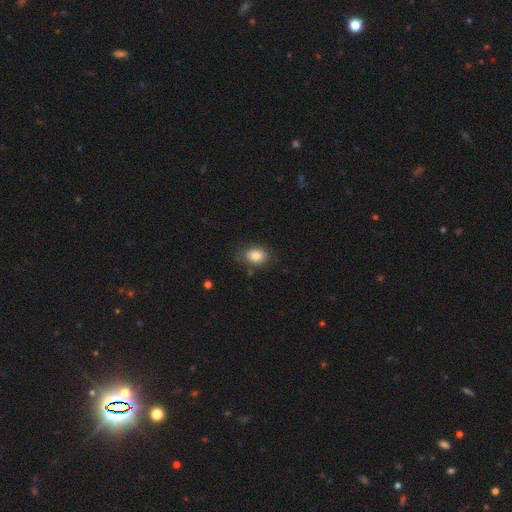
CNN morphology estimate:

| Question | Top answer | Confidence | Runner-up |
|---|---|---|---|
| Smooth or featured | smooth | 84% | star or artifact (9%) |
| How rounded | in between | 69% | round (30%) |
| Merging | none | 77% | minor disturbance (17%) |